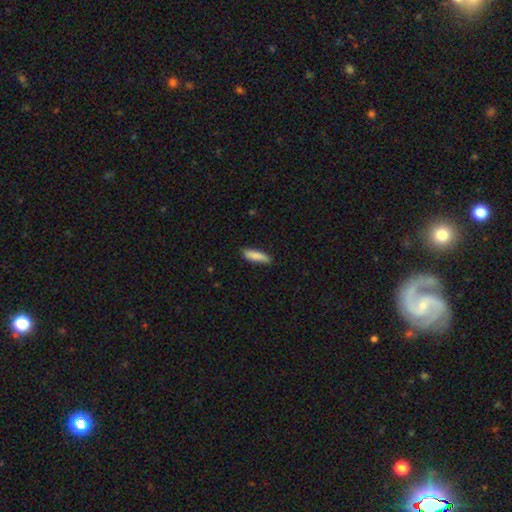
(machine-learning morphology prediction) Smooth or featured: smooth — 85% (featured or disk — 9%)
How rounded: cigar-shaped — 67% (in between — 31%)
Merging: none — 81% (minor disturbance — 15%)